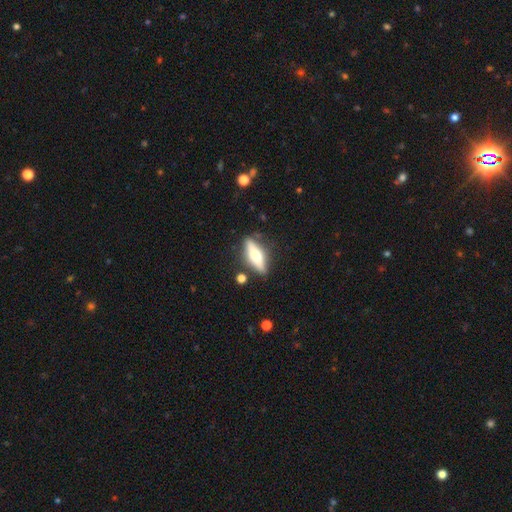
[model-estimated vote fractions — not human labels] Smooth or featured: featured or disk — 48% (smooth — 46%)
Merging: none — 80% (minor disturbance — 13%)